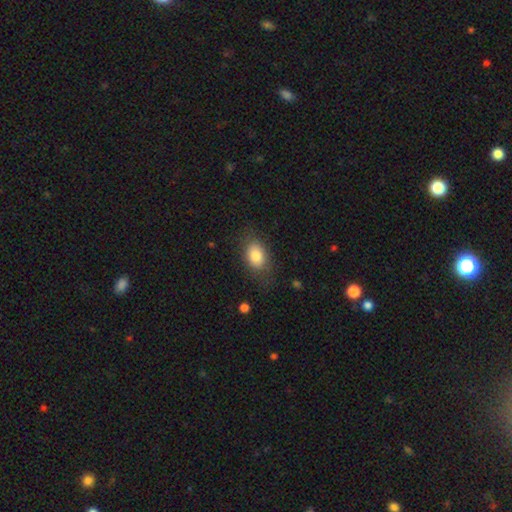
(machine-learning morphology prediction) The model was most divided on "merging": none: 73%, minor disturbance: 18%, major disturbance: 7%, merger: 1%. More confident: how rounded — in between (82%); smooth or featured — smooth (82%).